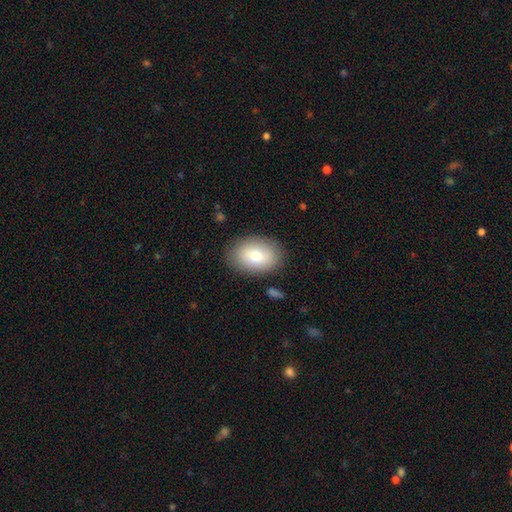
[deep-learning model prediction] This is likely a smooth galaxy (75%). How rounded: likely in between (79%). Merging: clearly none (85%).